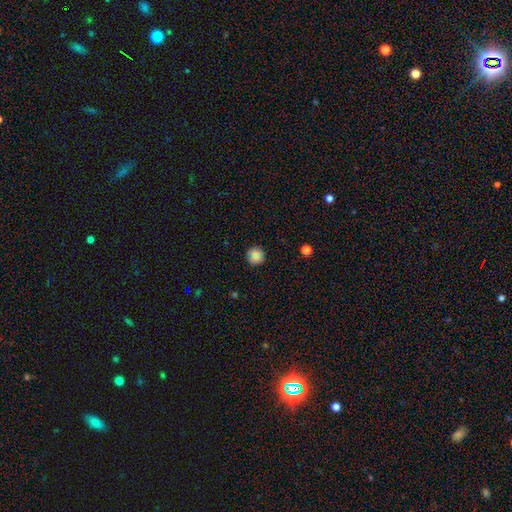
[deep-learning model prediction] smooth-or-featured: smooth: 78% | star or artifact: 11% | featured or disk: 11%
  how-rounded: round: 92% | in between: 7% | cigar-shaped: 1%
  merging: none: 81% | minor disturbance: 12% | merger: 3% | major disturbance: 3%